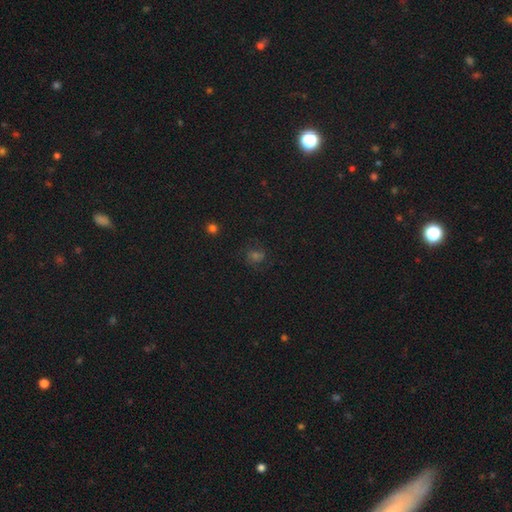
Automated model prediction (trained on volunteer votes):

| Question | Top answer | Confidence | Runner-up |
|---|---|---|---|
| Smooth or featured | star or artifact | 42% | smooth (40%) |